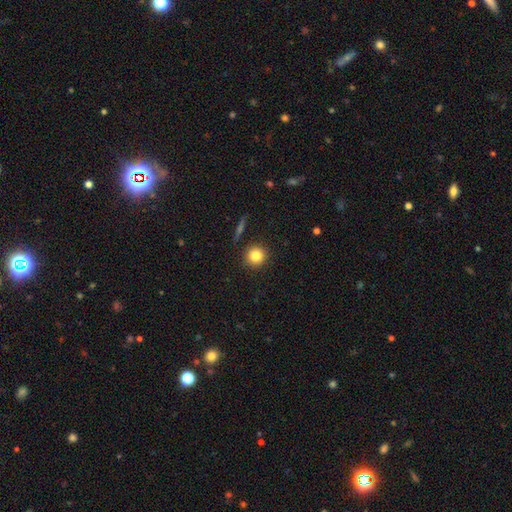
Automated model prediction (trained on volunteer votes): A smooth galaxy with no disk features (83%) that is round (93%). Merging: none (89%).